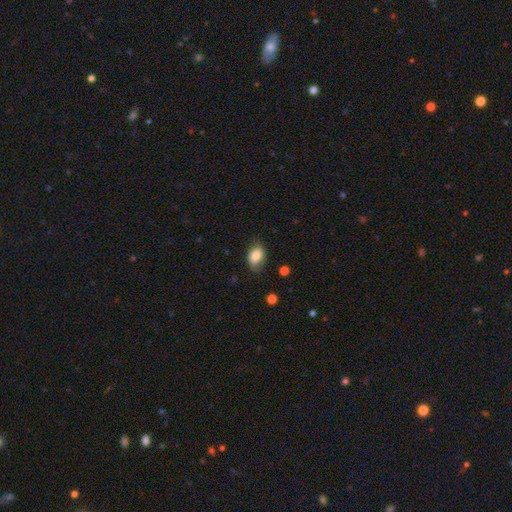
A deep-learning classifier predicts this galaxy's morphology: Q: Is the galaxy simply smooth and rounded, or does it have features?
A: smooth — 78%.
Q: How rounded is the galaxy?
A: in between — 81%.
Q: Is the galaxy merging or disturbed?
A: none — 73%.